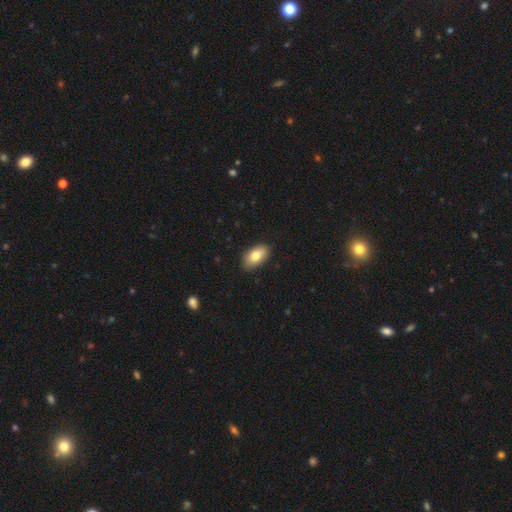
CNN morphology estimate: A smooth galaxy with no disk features (80%) that is in between round and cigar-shaped (93%).

Vote fractions:
- Smooth or featured? smooth: 80% / featured or disk: 13% / star or artifact: 7%
- How rounded? in between: 93% / round: 4% / cigar-shaped: 2%
- Merging? none: 87% / minor disturbance: 10% / major disturbance: 2% / merger: 1%